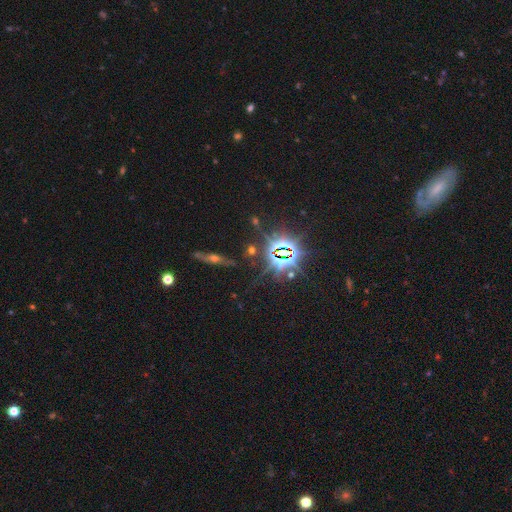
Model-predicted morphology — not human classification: This appears to be a star or artifact, not a galaxy (75%).